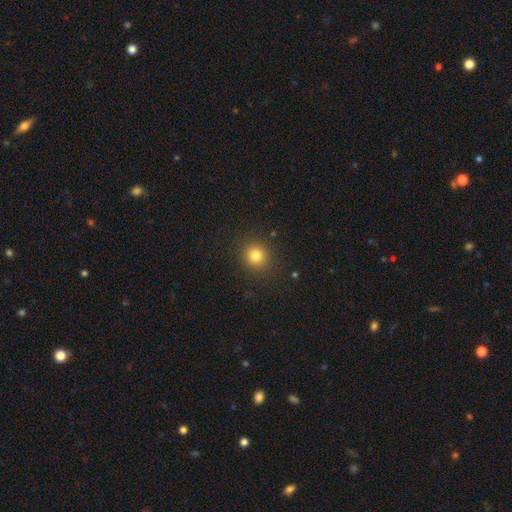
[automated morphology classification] The model was most divided on "smooth or featured": smooth: 81%, star or artifact: 13%, featured or disk: 6%. More confident: how rounded — round (89%); merging — none (89%).